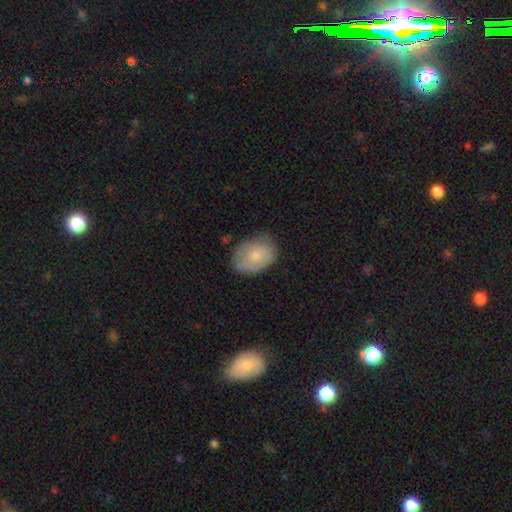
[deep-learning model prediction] Smooth or featured? smooth (73%)
How rounded? in between (72%)
Merging? none (66%)